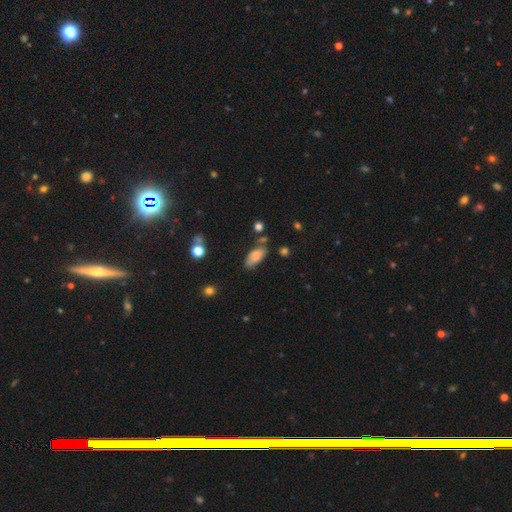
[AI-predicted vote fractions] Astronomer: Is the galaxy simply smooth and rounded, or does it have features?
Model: smooth — 75%.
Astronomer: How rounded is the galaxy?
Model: in between — 89%.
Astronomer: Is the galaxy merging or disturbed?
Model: none — 62%.